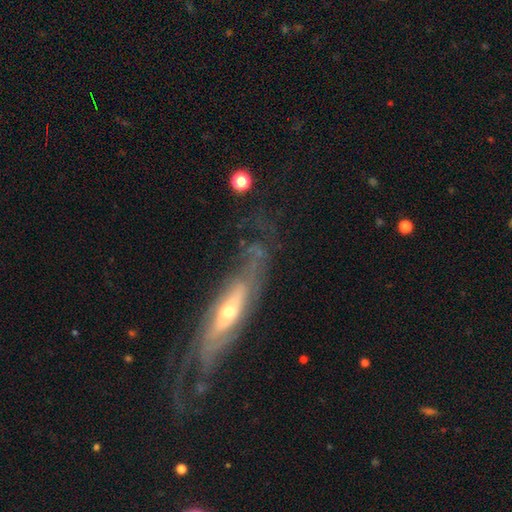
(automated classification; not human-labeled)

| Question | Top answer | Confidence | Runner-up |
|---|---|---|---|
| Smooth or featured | featured or disk | 78% | smooth (15%) |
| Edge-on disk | no | 71% | yes (29%) |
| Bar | no | 61% | weak (25%) |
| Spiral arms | yes | 78% | no (22%) |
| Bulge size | moderate | 57% | small (36%) |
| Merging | none | 58% | minor disturbance (20%) |